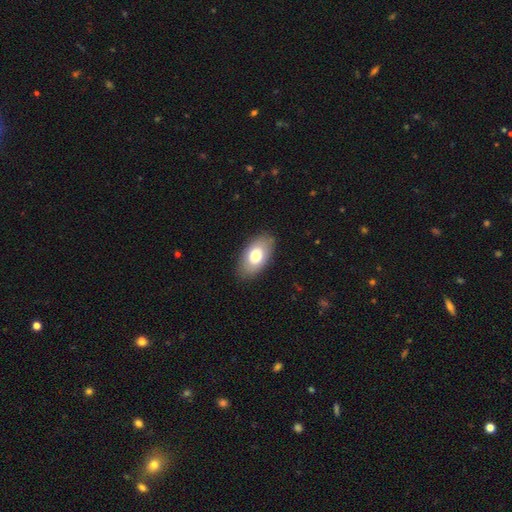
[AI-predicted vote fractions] A smooth galaxy with no disk features (73%) that is in between round and cigar-shaped (94%). Merging: none (85%).